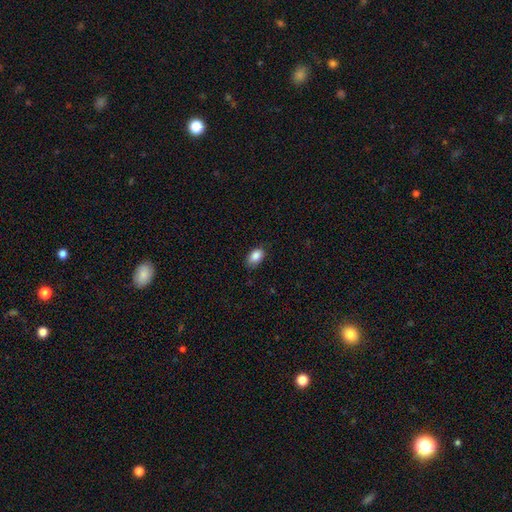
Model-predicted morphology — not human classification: Smooth or featured?
  - smooth: 87% *
  - star or artifact: 8%
  - featured or disk: 5%
How rounded?
  - in between: 89% *
  - round: 9%
  - cigar-shaped: 2%
Merging?
  - none: 79% *
  - minor disturbance: 17%
  - major disturbance: 3%
  - merger: 1%